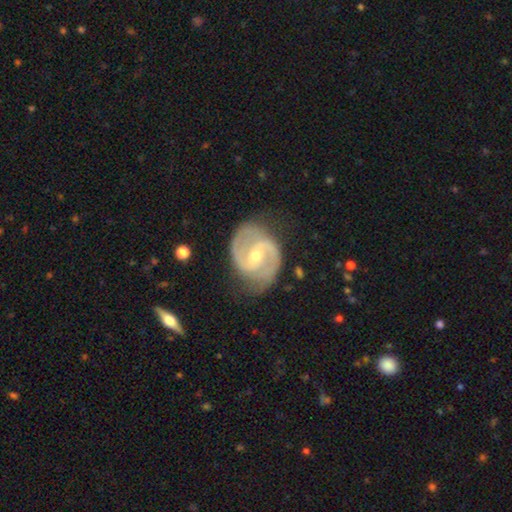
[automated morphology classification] This is clearly a featured or disk galaxy (90%). It is clearly not viewed edge-on (98%). Bar: possibly weak (46%). Spiral arm pattern: clearly yes (97%). Spiral arm count: clearly 2 (92%). Spiral winding: possibly medium (56%). Central bulge: possibly small (50%). Merging: likely none (75%).